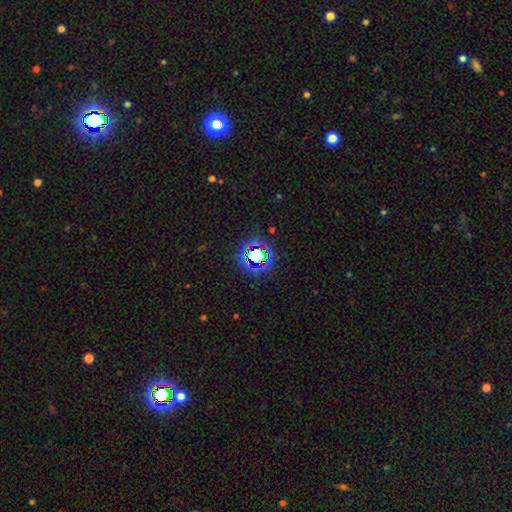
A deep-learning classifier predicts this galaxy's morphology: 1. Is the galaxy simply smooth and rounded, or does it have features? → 68% star or artifact, 21% smooth, 11% featured or disk.